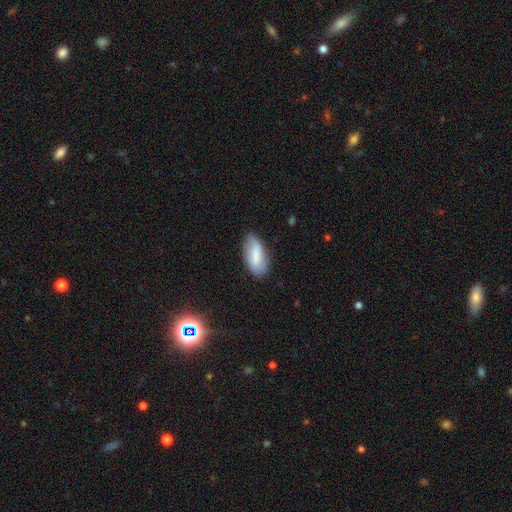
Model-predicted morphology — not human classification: Overall: smooth (73%). How rounded: in between (89%). Merging: none (70%).